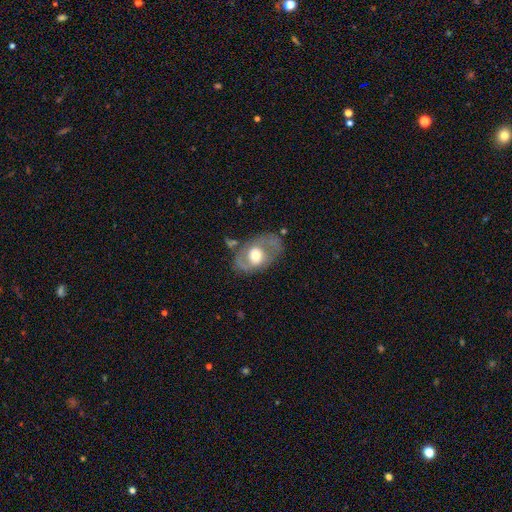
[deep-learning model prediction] featured or disk 60%, smooth 34%, star or artifact 6%. Down the decision tree: edge-on disk — no (93%); bar — no (71%); spiral arms — no (58%); bulge size — moderate (64%); merging — none (62%).